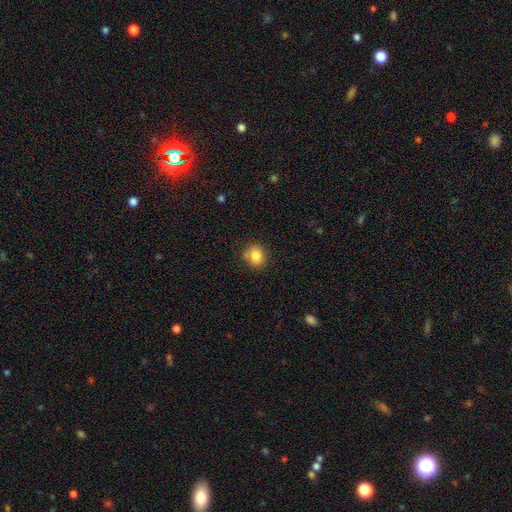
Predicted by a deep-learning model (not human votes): This is clearly a smooth galaxy (84%). How rounded: likely round (67%). Merging: likely none (75%).